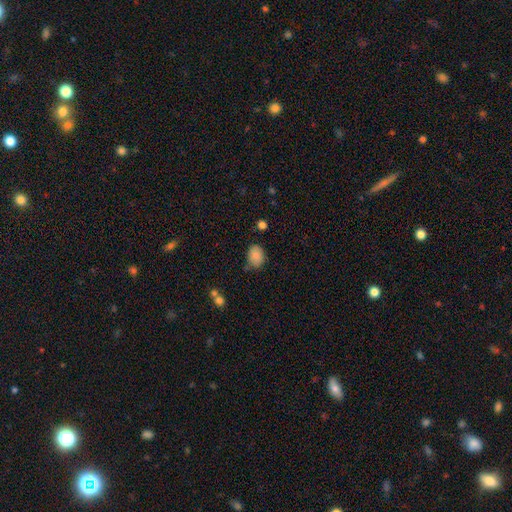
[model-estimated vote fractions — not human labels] Smooth or featured? smooth (85%)
How rounded? in between (63%)
Merging? none (69%)